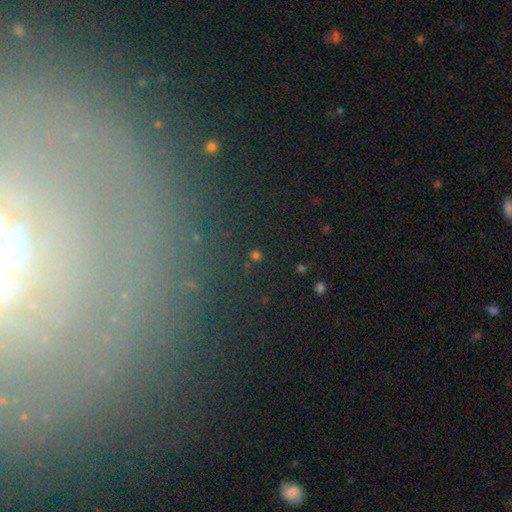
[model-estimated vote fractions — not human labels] Smooth or featured? star or artifact (58%)